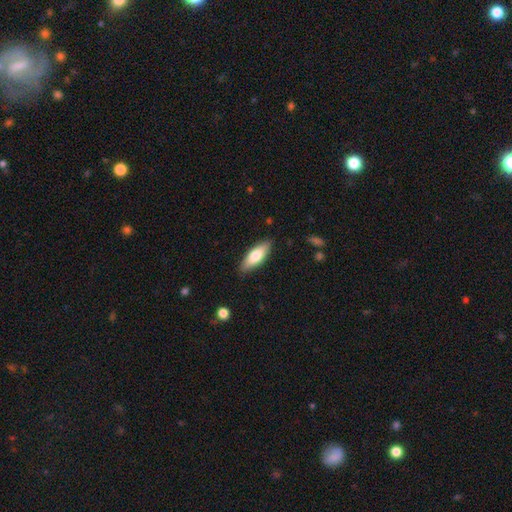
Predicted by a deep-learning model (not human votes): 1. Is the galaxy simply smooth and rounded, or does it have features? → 71% smooth, 23% featured or disk, 5% star or artifact.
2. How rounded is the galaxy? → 65% in between, 33% cigar-shaped, 2% round.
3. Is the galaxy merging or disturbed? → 87% none, 10% minor disturbance, 2% major disturbance, 1% merger.